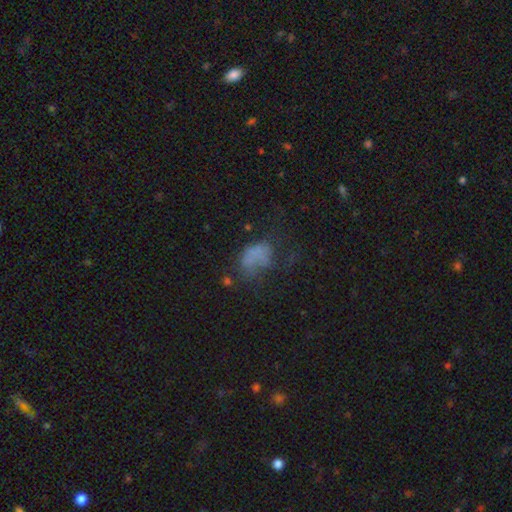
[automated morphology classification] This appears to be a smooth galaxy with no disk features (55%) that is in between round and cigar-shaped (83%). Merging: major disturbance (40%).